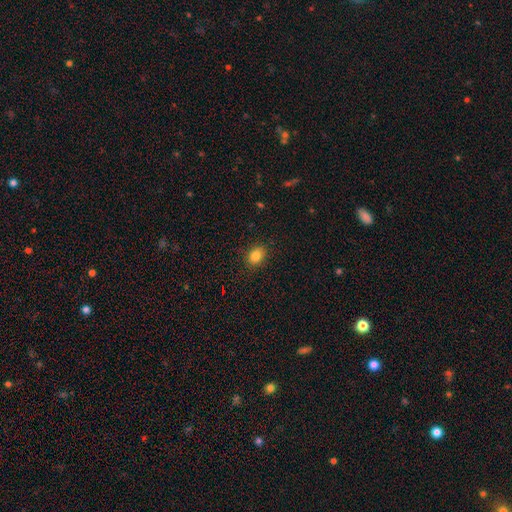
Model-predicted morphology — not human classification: Smooth or featured: smooth — 84% (star or artifact — 11%)
How rounded: in between — 58% (round — 41%)
Merging: none — 88% (minor disturbance — 9%)